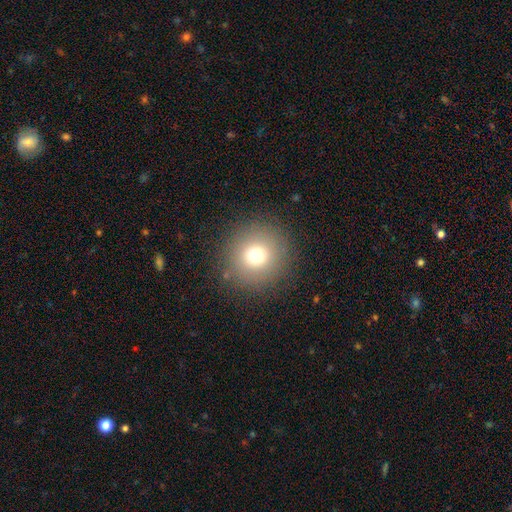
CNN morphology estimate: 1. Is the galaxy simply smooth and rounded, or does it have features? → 72% smooth, 16% star or artifact, 12% featured or disk.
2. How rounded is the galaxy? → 94% round, 5% in between, 1% cigar-shaped.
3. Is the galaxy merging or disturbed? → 88% none, 7% minor disturbance, 4% major disturbance, 1% merger.